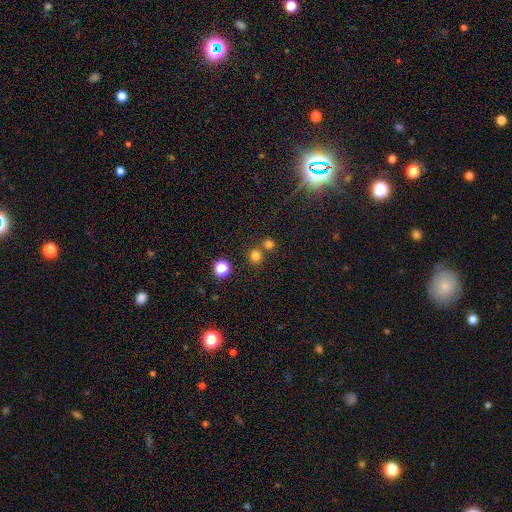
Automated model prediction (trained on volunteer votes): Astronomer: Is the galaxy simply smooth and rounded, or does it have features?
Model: smooth — 73%.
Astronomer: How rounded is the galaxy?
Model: round — 92%.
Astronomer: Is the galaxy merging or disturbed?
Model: none — 70%.